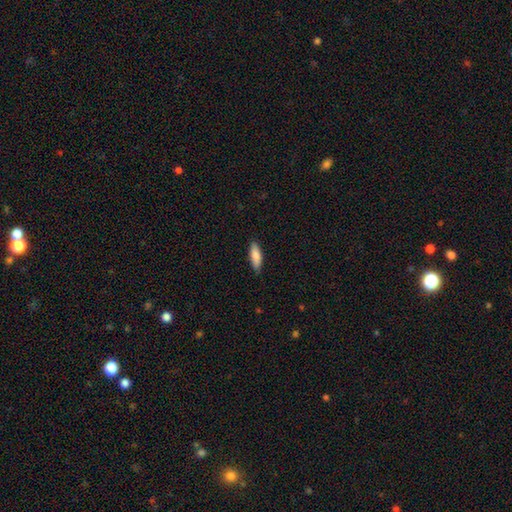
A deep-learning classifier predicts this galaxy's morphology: type=smooth (84%); roundness=in between (53%); merging=none (85%).